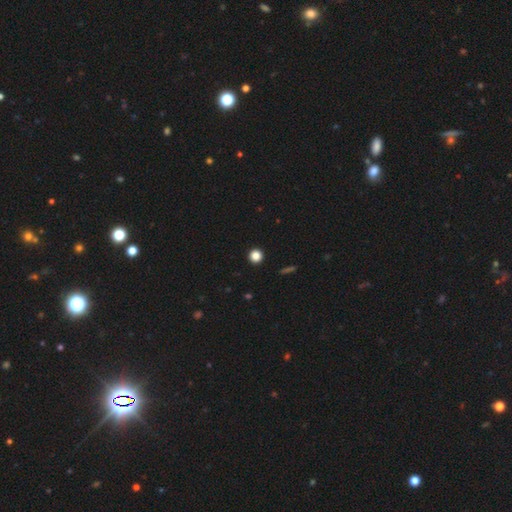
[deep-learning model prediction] The model was most divided on "smooth or featured": smooth: 85%, star or artifact: 12%, featured or disk: 3%. More confident: how rounded — round (95%); merging — none (94%).